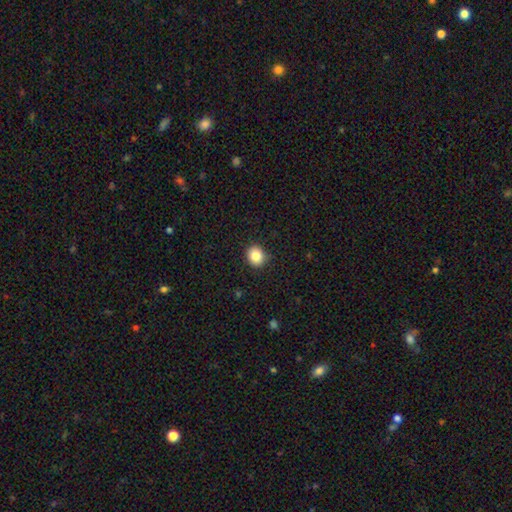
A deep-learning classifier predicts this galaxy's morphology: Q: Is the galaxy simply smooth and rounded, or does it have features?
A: smooth — 84%.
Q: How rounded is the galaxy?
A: round — 82%.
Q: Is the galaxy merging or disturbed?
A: none — 90%.